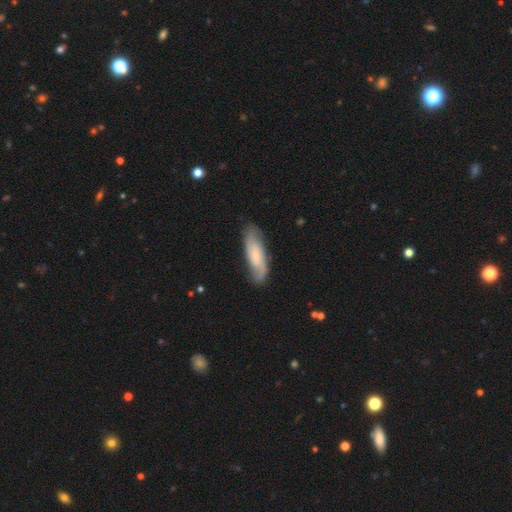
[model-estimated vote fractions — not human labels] Smooth or featured: featured or disk — 54% (smooth — 39%)
Edge-on disk: no — 82% (yes — 18%)
Merging: none — 74% (minor disturbance — 19%)